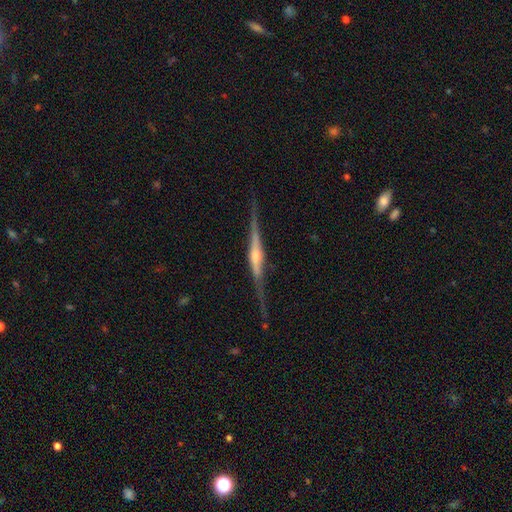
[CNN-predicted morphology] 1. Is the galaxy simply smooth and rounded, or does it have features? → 85% featured or disk, 10% smooth, 6% star or artifact.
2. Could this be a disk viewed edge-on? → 97% yes, 3% no.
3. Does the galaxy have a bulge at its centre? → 75% rounded, 15% boxy, 10% none.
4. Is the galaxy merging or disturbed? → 80% none, 15% minor disturbance, 4% major disturbance, 2% merger.